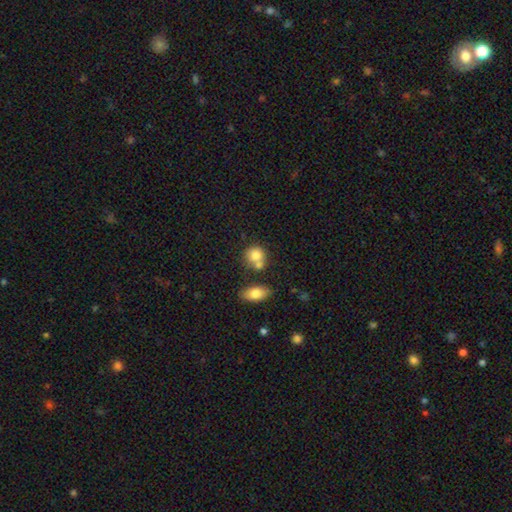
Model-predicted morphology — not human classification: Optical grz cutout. It shows a smooth galaxy with no disk features (79%) that is round (74%). Merging: none (46%).